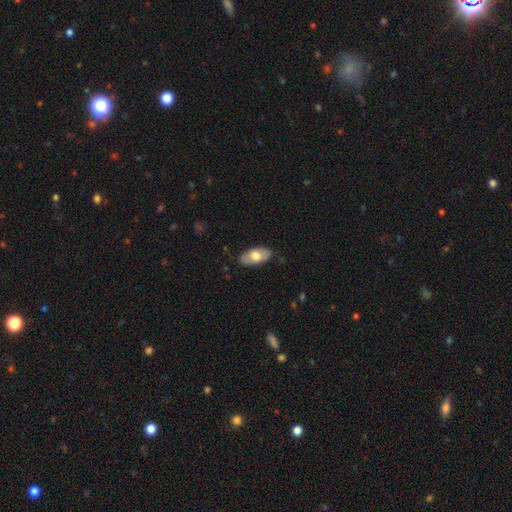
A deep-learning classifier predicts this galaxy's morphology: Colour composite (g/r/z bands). It shows a smooth galaxy with no disk features (67%) that is in between round and cigar-shaped (93%). Merging: none (82%).